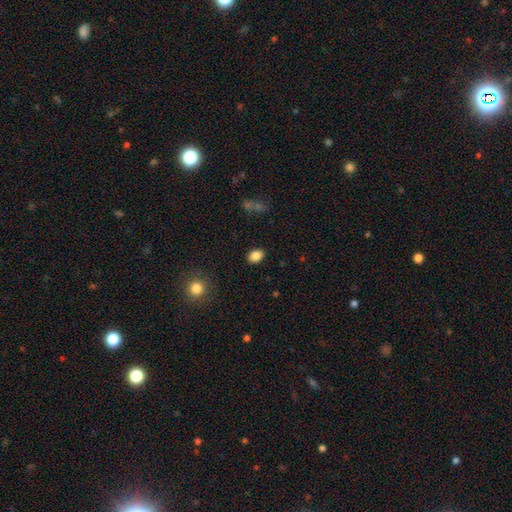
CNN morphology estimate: This is clearly a smooth galaxy (85%). How rounded: likely in between (68%). Merging: clearly none (87%).